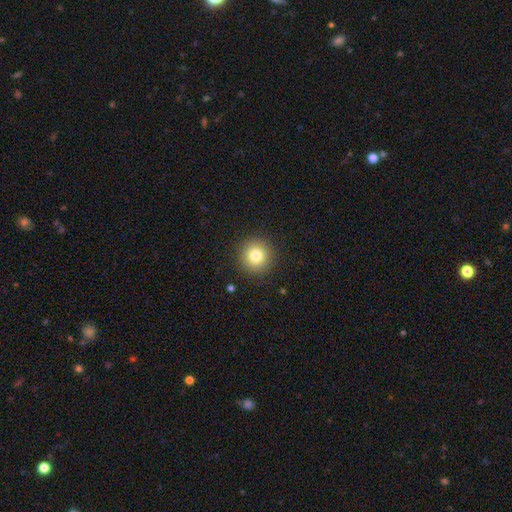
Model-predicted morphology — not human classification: Smooth or featured?
  - smooth: 80% *
  - star or artifact: 11%
  - featured or disk: 8%
How rounded?
  - round: 94% *
  - in between: 5%
  - cigar-shaped: 1%
Merging?
  - none: 91% *
  - minor disturbance: 6%
  - major disturbance: 2%
  - merger: 1%